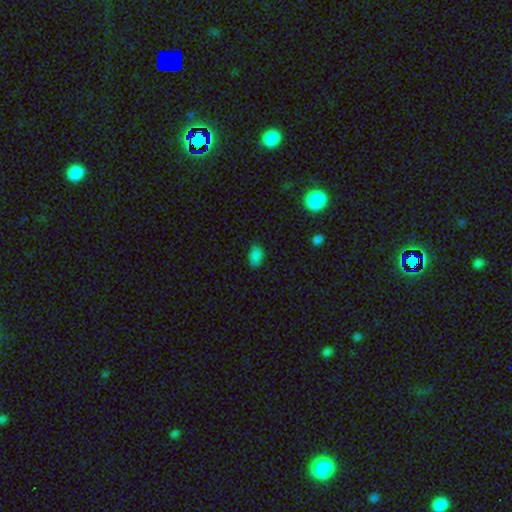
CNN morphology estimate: smooth_or_featured: smooth (p=0.84) [alt: star or artifact p=0.12]
how_rounded: in between (p=0.87) [alt: round p=0.12]
merging: none (p=0.81) [alt: minor disturbance p=0.14]